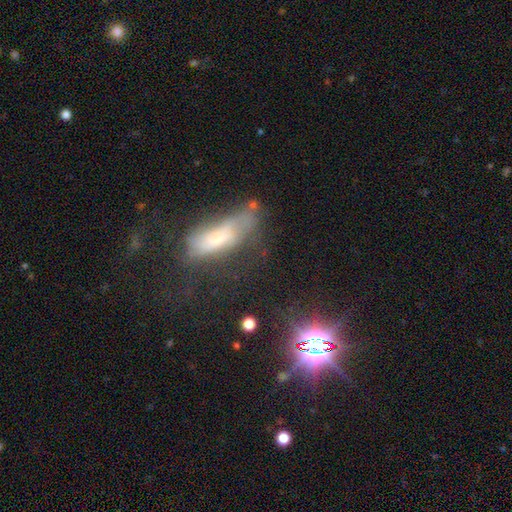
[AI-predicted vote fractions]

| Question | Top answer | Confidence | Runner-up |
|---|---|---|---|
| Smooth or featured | smooth | 41% | featured or disk (36%) |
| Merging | none | 34% | major disturbance (33%) |